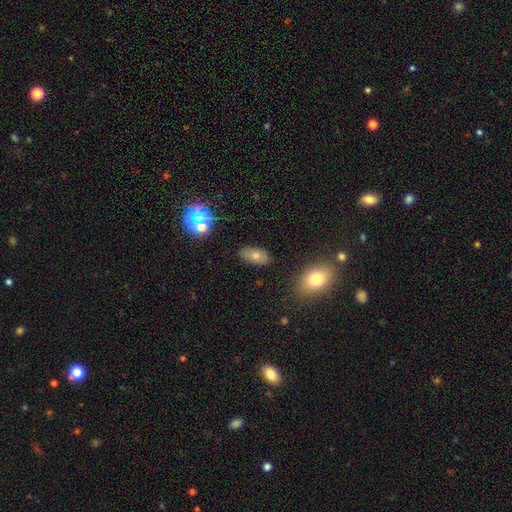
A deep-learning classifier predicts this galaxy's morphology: Smooth or featured?
  - smooth: 72% *
  - featured or disk: 15%
  - star or artifact: 13%
How rounded?
  - in between: 91% *
  - round: 5%
  - cigar-shaped: 3%
Merging?
  - none: 83% *
  - minor disturbance: 12%
  - major disturbance: 3%
  - merger: 2%